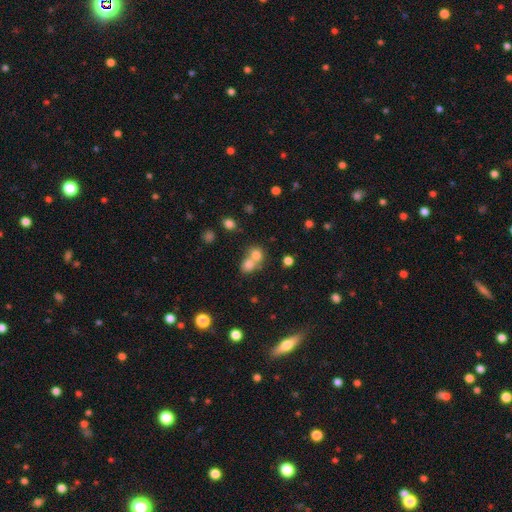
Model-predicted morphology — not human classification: A smooth galaxy with no disk features (73%) that is round (69%).

Vote fractions:
- Smooth or featured? smooth: 73% / star or artifact: 14% / featured or disk: 14%
- How rounded? round: 69% / in between: 30% / cigar-shaped: 1%
- Merging? merger: 64% / none: 28% / minor disturbance: 5% / major disturbance: 3%